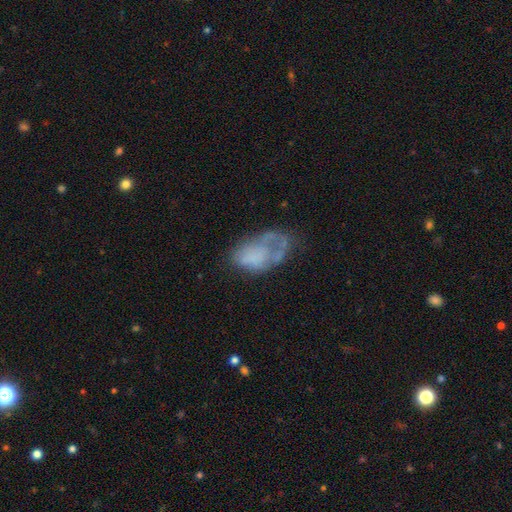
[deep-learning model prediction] A featured or disk galaxy (45%, tied with smooth).

Vote fractions:
- Smooth or featured? featured or disk: 45% (tied) / smooth: 45% (tied) / star or artifact: 10%
- Merging? major disturbance: 35% / none: 32% / minor disturbance: 25% / merger: 7%